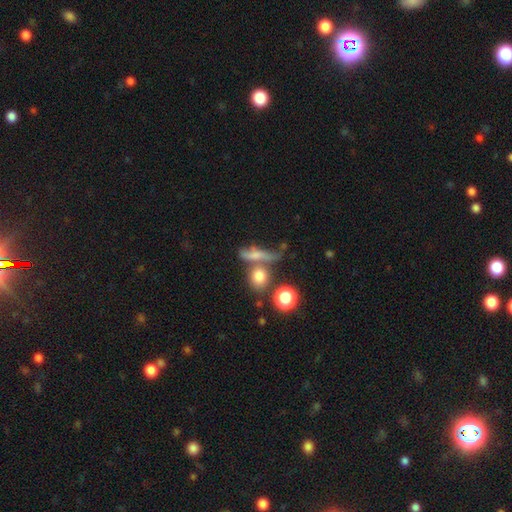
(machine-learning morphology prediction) Smooth or featured? smooth (45%)
Merging? none (46%)